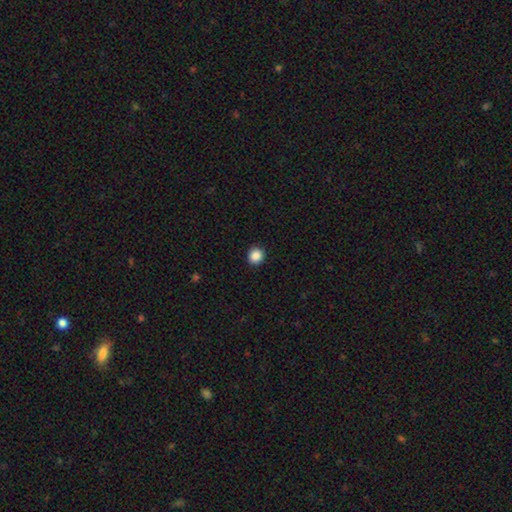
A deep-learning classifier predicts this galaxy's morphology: Overall: smooth (88%). How rounded: round (87%). Merging: none (92%).